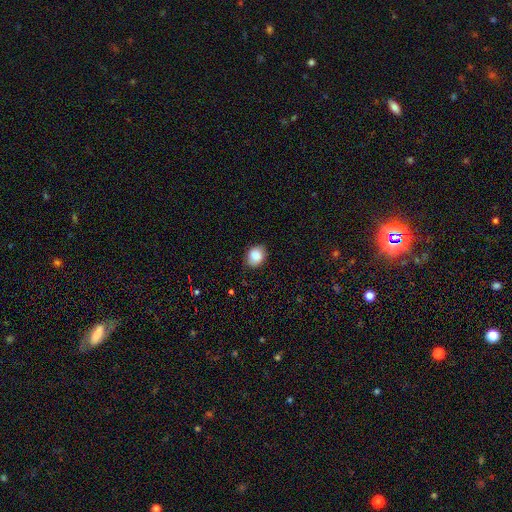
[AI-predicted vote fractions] Smooth or featured? smooth (87%)
How rounded? round (54%)
Merging? none (82%)